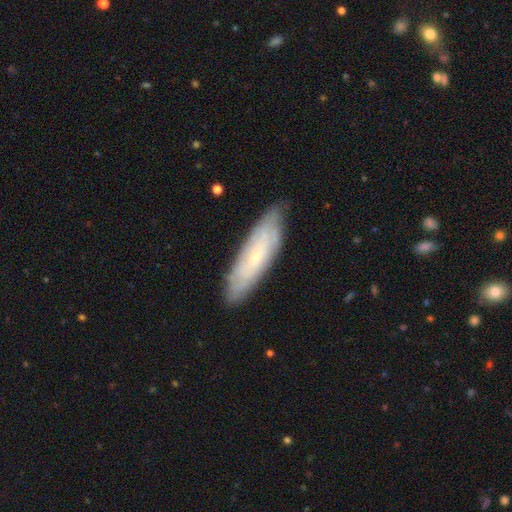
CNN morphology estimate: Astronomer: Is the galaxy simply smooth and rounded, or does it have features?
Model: featured or disk — 51% (runner-up: smooth, 41%).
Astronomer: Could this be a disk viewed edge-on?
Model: no — 66%.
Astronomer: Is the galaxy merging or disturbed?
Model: none — 83%.